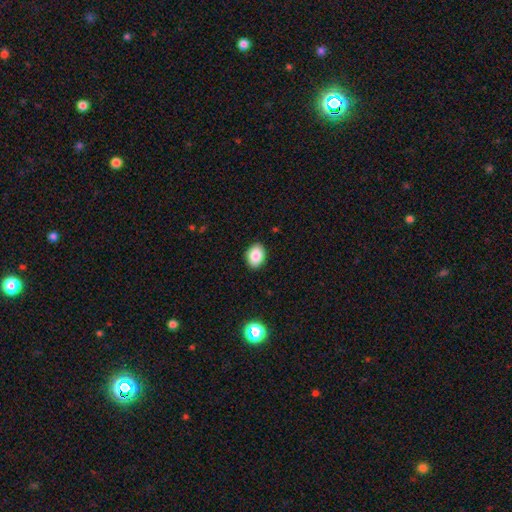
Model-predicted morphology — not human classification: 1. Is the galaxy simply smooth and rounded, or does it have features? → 87% smooth, 8% star or artifact, 5% featured or disk.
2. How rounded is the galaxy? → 76% in between, 23% round, 1% cigar-shaped.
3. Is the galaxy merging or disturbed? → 89% none, 8% minor disturbance, 2% major disturbance, 1% merger.